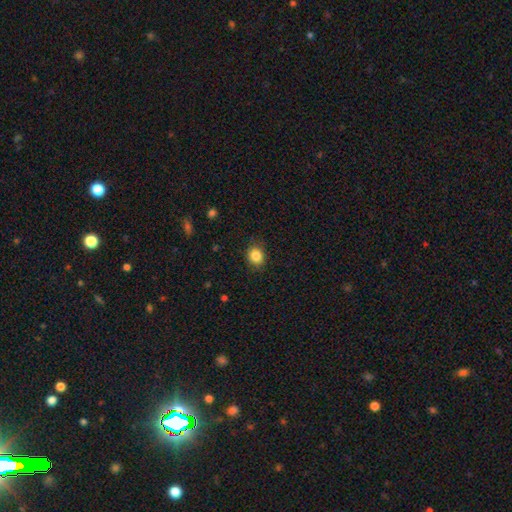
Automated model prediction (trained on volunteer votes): The model was most divided on "how rounded": round: 66%, in between: 33%, cigar-shaped: 1%. More confident: merging — none (86%); smooth or featured — smooth (85%).